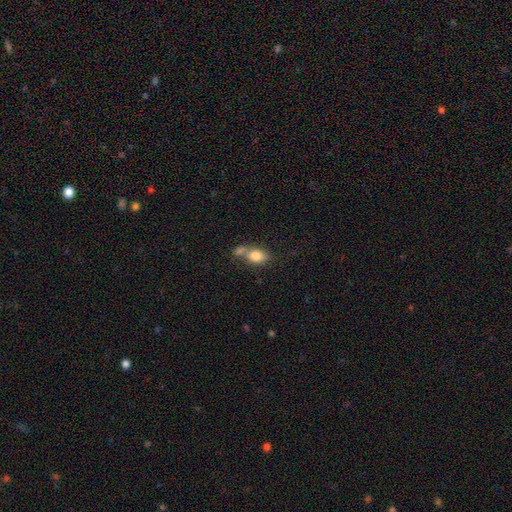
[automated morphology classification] Smooth or featured? Predicted: smooth (p=0.79). How rounded? Predicted: in between (p=0.76). Merging? Predicted: none (p=0.40).